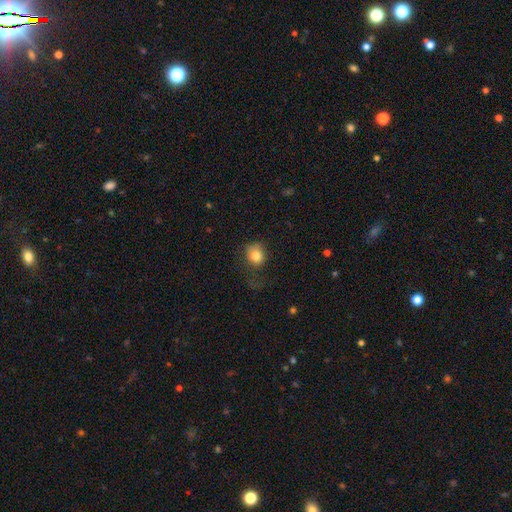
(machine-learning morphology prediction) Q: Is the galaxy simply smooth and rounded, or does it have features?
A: smooth — 81%.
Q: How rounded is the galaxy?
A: round — 69%.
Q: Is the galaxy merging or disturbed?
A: none — 50%.